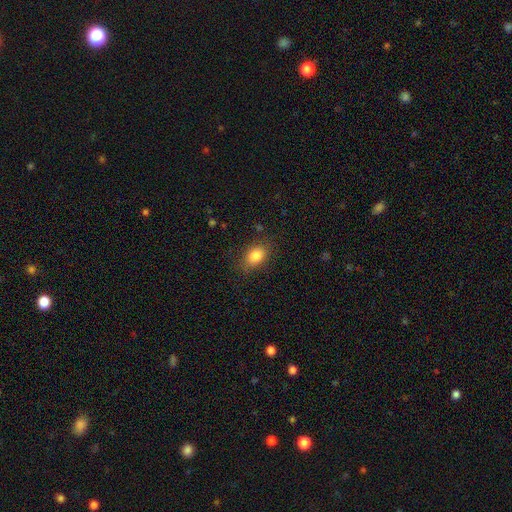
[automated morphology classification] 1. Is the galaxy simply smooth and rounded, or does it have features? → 84% smooth, 9% star or artifact, 8% featured or disk.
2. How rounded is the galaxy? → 81% in between, 17% round, 2% cigar-shaped.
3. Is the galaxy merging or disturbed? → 81% none, 14% minor disturbance, 4% major disturbance, 1% merger.